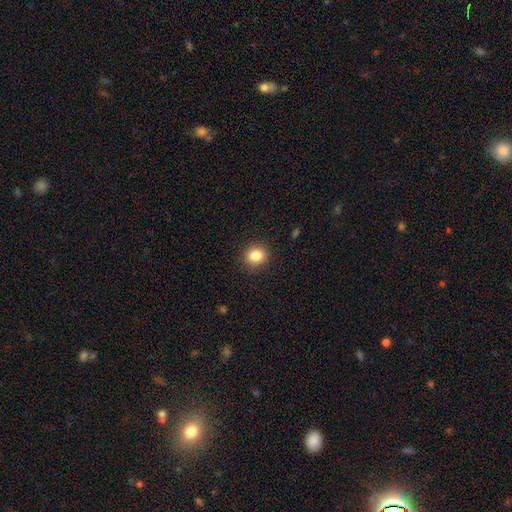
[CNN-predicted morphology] Overall: smooth (84%). How rounded: round (80%). Merging: none (90%).